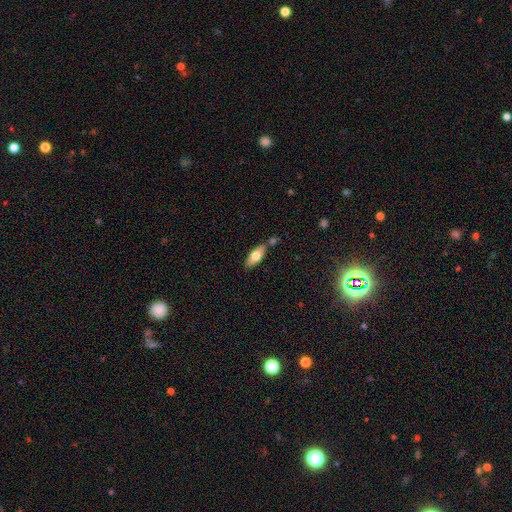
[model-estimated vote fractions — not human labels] smooth-or-featured: smooth: 66% | featured or disk: 28% | star or artifact: 6%
  how-rounded: in between: 74% | cigar-shaped: 23% | round: 3%
  merging: none: 71% | minor disturbance: 15% | merger: 11% | major disturbance: 3%